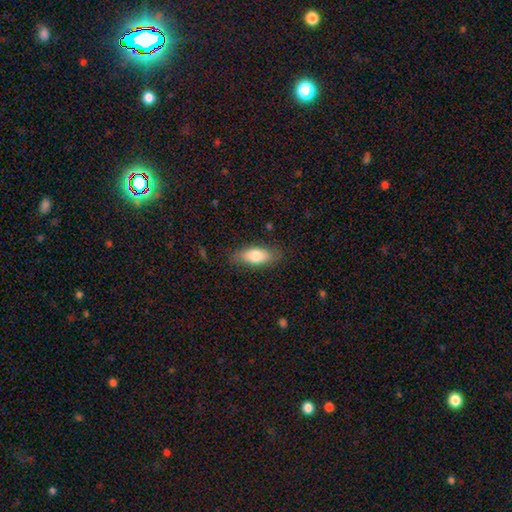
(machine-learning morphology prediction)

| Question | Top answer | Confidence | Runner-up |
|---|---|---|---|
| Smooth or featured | smooth | 77% | featured or disk (17%) |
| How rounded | in between | 79% | cigar-shaped (18%) |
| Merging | none | 81% | minor disturbance (14%) |